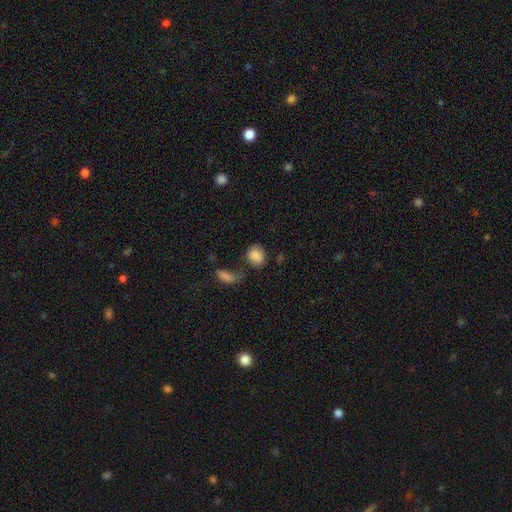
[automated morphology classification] A smooth galaxy with no disk features (86%) that is round (56%).

Vote fractions:
- Smooth or featured? smooth: 86% / star or artifact: 9% / featured or disk: 5%
- How rounded? round: 56% / in between: 42% / cigar-shaped: 2%
- Merging? none: 55% / minor disturbance: 19% / merger: 16% / major disturbance: 9%